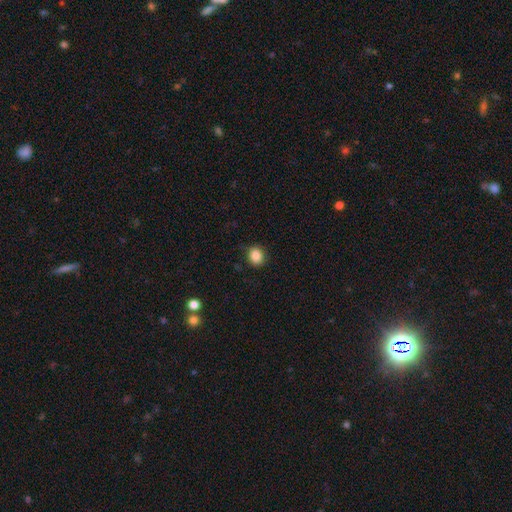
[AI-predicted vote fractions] Smooth or featured? smooth (87%)
How rounded? round (72%)
Merging? none (86%)